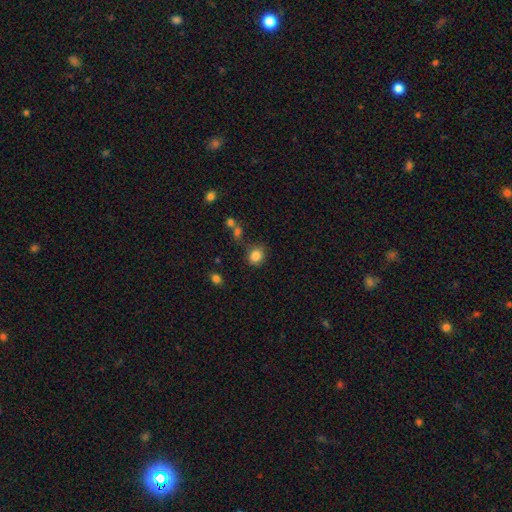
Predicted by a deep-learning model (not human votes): The model was most divided on "how rounded": round: 73%, in between: 26%, cigar-shaped: 1%. More confident: smooth or featured — smooth (84%); merging — none (73%).